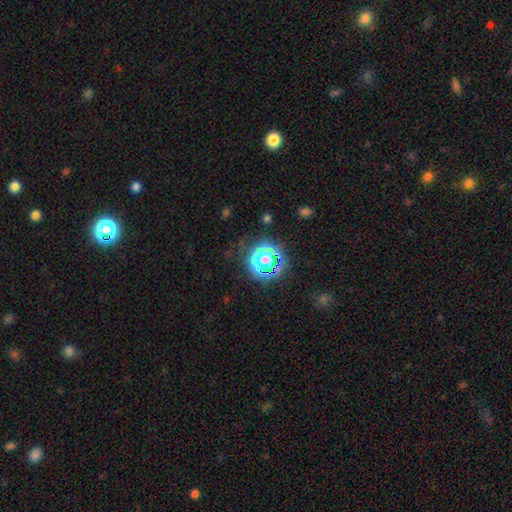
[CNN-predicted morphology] A star or artifact, not a galaxy (68%).